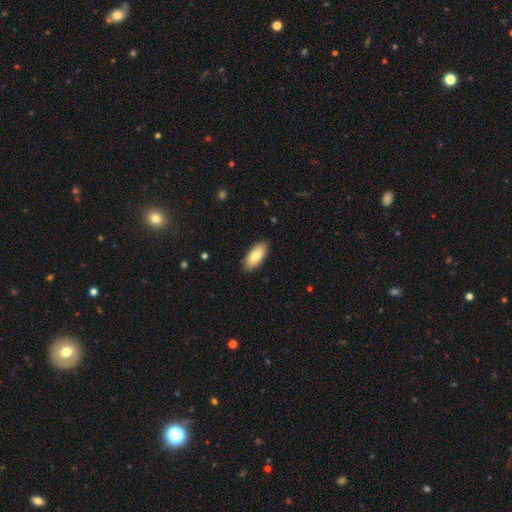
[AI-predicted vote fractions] Morphology: type=smooth (80%); roundness=in between (89%); merging=none (89%).